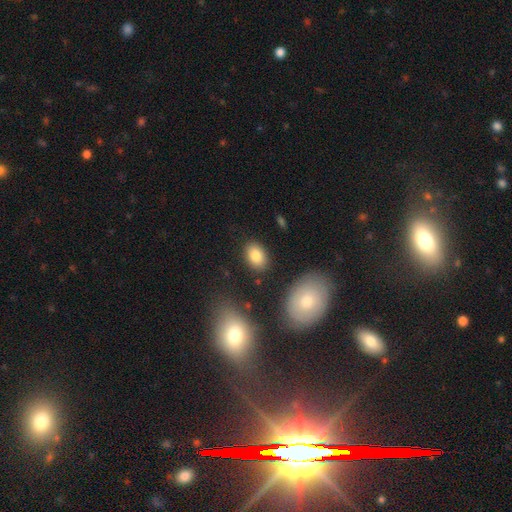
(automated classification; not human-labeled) The model was most divided on "how rounded": in between: 80%, round: 19%, cigar-shaped: 1%. More confident: merging — none (85%); smooth or featured — smooth (83%).